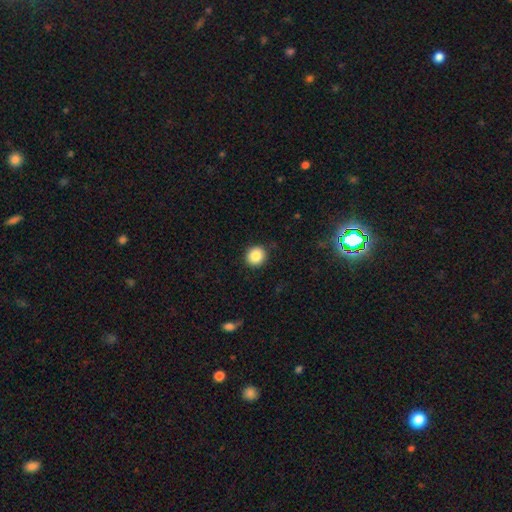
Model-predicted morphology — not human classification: smooth 86%, star or artifact 9%, featured or disk 4%. Down the decision tree: how rounded — round (89%); merging — none (90%).